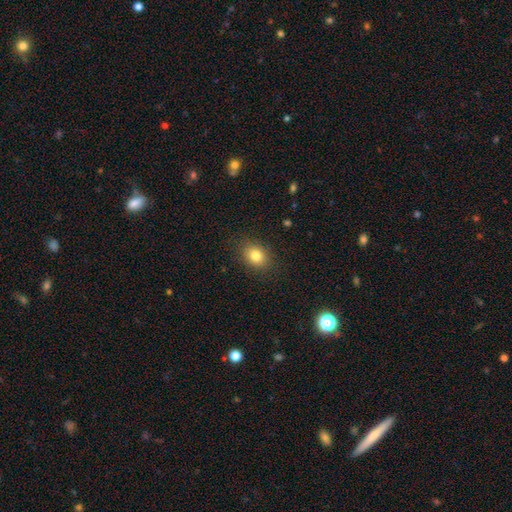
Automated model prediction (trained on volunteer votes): A smooth galaxy with no disk features (82%) that is in between round and cigar-shaped (58%). Merging: none (87%).